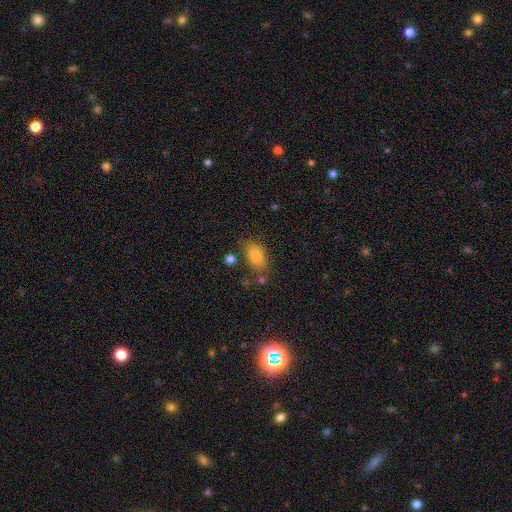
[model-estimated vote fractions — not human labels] Overall: smooth (80%). How rounded: in between (85%). Merging: none (74%).